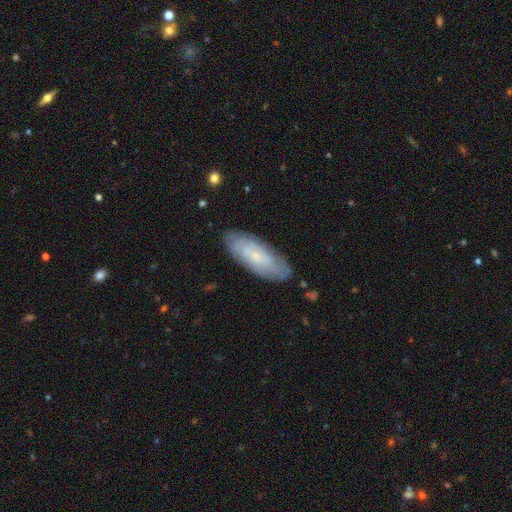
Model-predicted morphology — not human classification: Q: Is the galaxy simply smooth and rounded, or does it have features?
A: featured or disk — 55%.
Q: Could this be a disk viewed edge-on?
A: no — 85%.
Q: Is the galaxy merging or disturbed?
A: none — 83%.